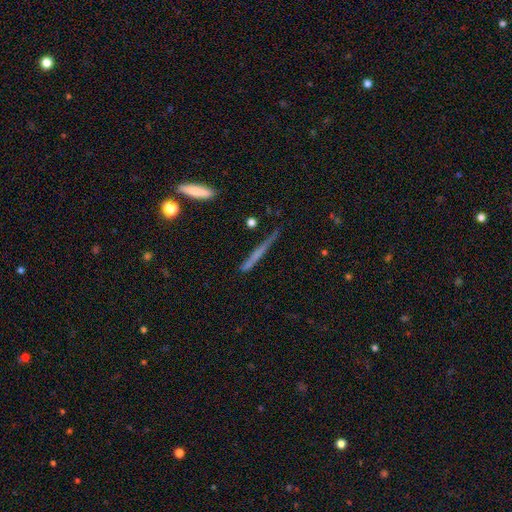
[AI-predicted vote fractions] Smooth or featured? Predicted: smooth (p=0.50). Merging? Predicted: none (p=0.74).